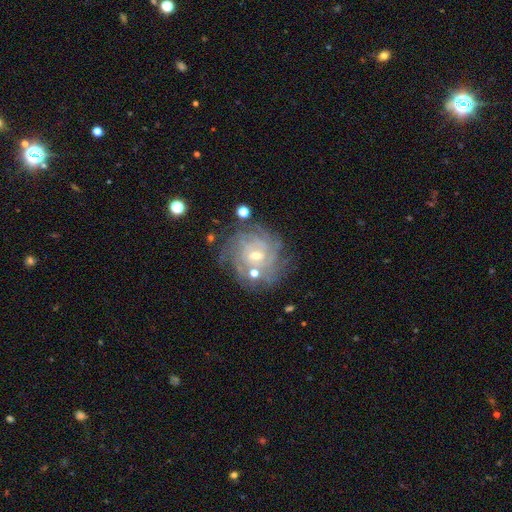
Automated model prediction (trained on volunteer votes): Smooth or featured? featured or disk (84%)
Edge-on disk? no (97%)
Bar? no (49%)
Spiral arms? yes (96%)
Spiral winding? tight (76%)
Spiral arm count? can't tell (34%)
Bulge size? small (61%)
Merging? none (74%)